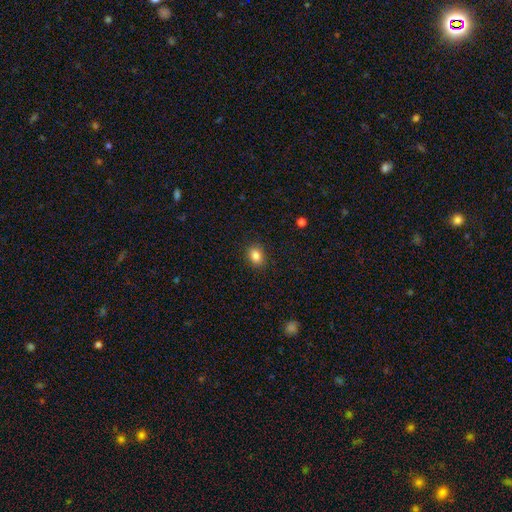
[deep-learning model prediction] The model was most divided on "how rounded": in between: 61%, round: 37%, cigar-shaped: 1%. More confident: merging — none (88%); smooth or featured — smooth (85%).